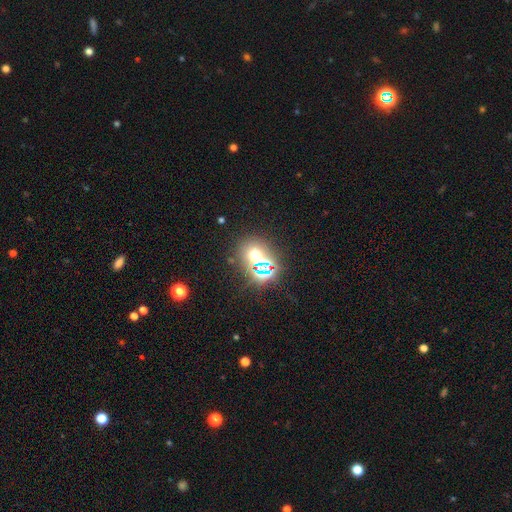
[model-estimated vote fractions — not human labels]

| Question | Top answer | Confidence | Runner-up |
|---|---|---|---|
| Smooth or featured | smooth | 45% | tied: star or artifact (45%) |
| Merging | none | 70% | merger (15%) |